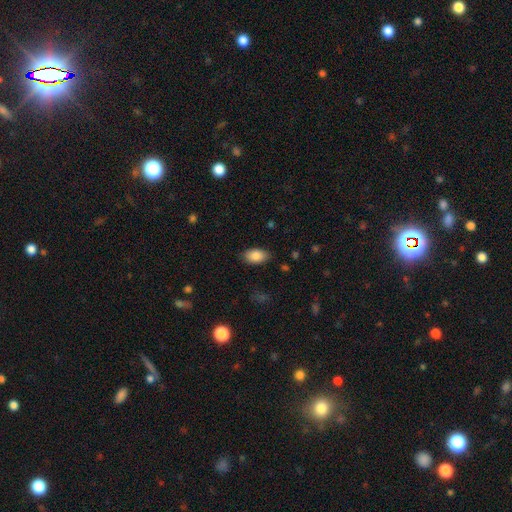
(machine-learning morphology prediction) A smooth galaxy with no disk features (86%) that is in between round and cigar-shaped (93%). Merging: none (84%).